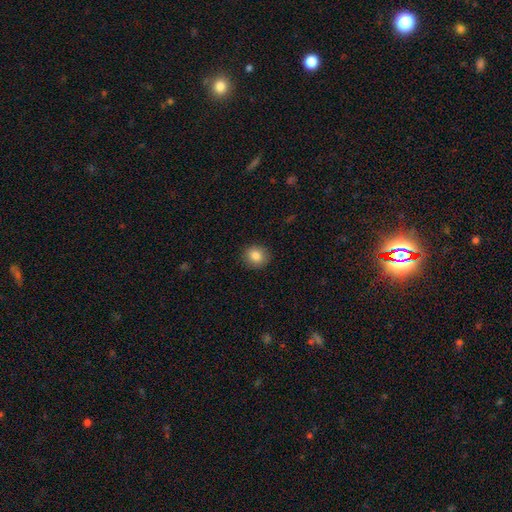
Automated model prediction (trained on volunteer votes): smooth-or-featured: smooth: 85% | star or artifact: 9% | featured or disk: 6%
  how-rounded: round: 76% | in between: 23% | cigar-shaped: 1%
  merging: none: 89% | minor disturbance: 8% | major disturbance: 2% | merger: 1%